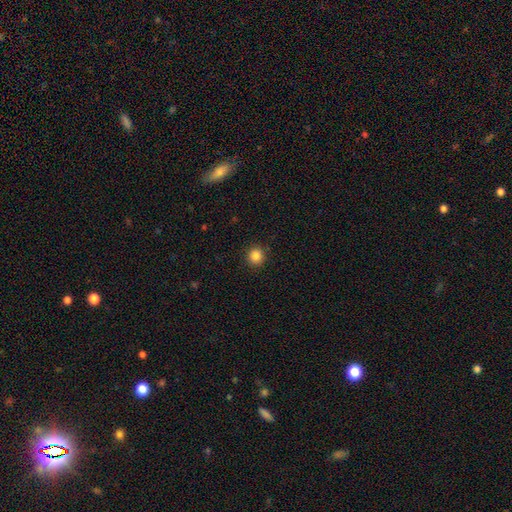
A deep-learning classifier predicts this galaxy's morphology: Smooth or featured? smooth (86%)
How rounded? round (91%)
Merging? none (91%)